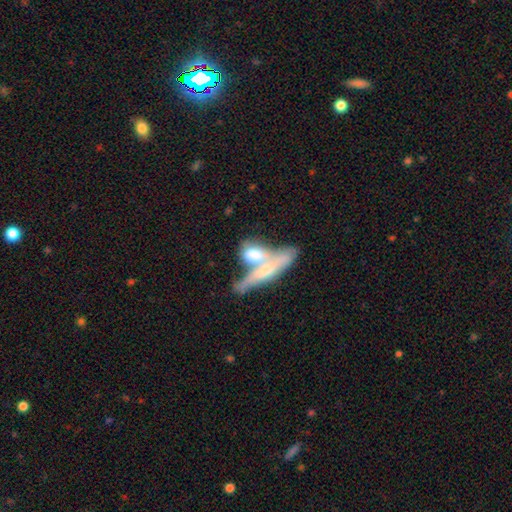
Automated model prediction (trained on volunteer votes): Smooth or featured? Predicted: smooth (p=0.50). Merging? Predicted: merger (p=0.64).